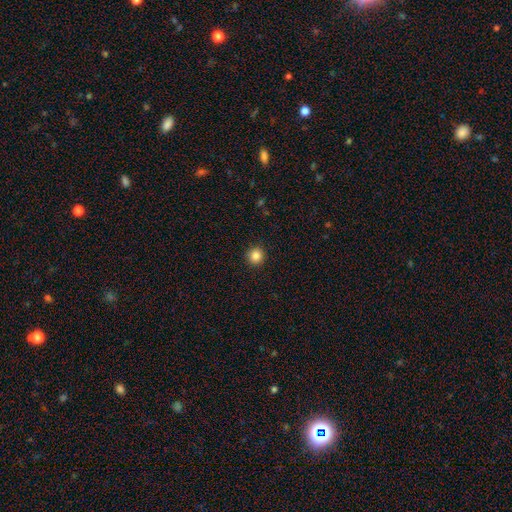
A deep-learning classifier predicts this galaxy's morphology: smooth 85%, star or artifact 11%, featured or disk 4%. Down the decision tree: how rounded — round (94%); merging — none (92%).